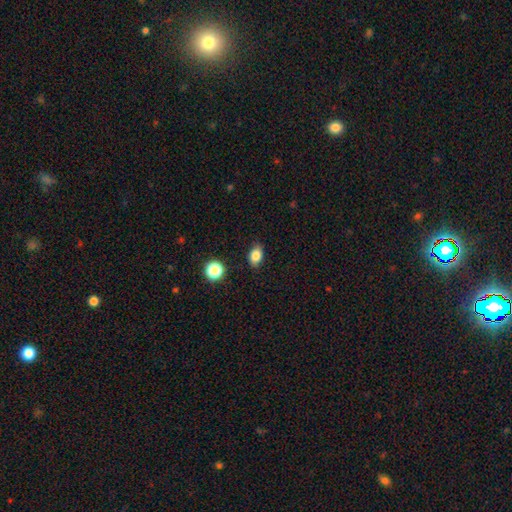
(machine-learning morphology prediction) This appears to be a smooth galaxy with no disk features (84%) that is in between round and cigar-shaped (77%). Merging: none (85%).